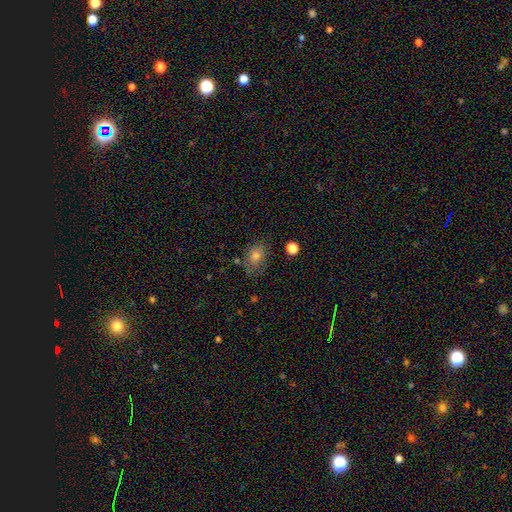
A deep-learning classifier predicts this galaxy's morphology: Smooth or featured? Predicted: smooth (p=0.68). How rounded? Predicted: in between (p=0.62). Merging? Predicted: none (p=0.70).